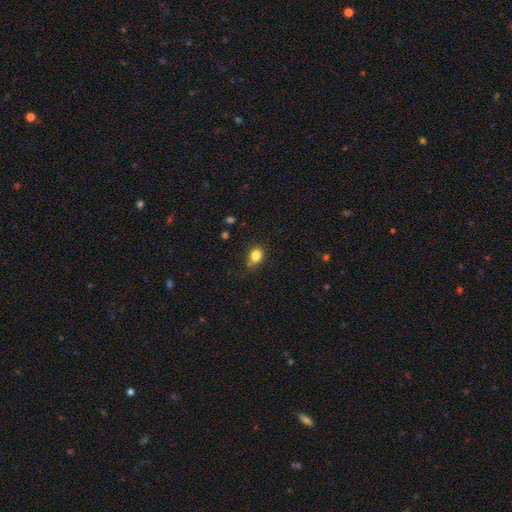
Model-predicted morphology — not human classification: This appears to be a smooth galaxy with no disk features (84%) that is in between round and cigar-shaped (54%). Merging: none (71%).